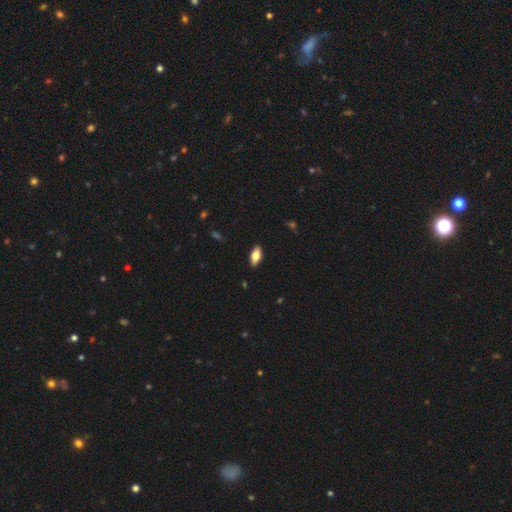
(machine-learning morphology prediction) Smooth or featured: smooth — 72% (featured or disk — 21%)
How rounded: in between — 88% (cigar-shaped — 10%)
Merging: none — 89% (minor disturbance — 8%)